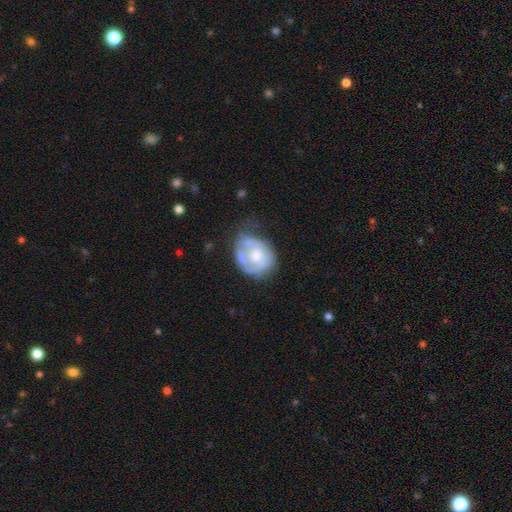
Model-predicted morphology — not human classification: A featured or disk galaxy (62%) with no bar (78%), spiral arms (54%) and a moderate central bulge (65%).

Vote fractions:
- Smooth or featured? featured or disk: 62% / smooth: 32% / star or artifact: 6%
- Edge-on disk? no: 97% / yes: 3%
- Bar? no: 78% / weak: 19% / strong: 3%
- Spiral arms? yes: 54% / no: 46%
- Bulge size? moderate: 65% / small: 22% / large: 9% / none: 3% / dominant: 1%
- Merging? none: 41% / minor disturbance: 34% / major disturbance: 21% / merger: 3%